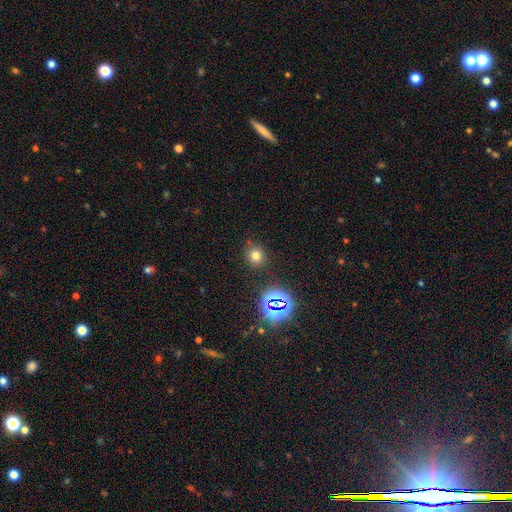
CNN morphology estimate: Smooth or featured? smooth (70%)
How rounded? round (82%)
Merging? none (85%)